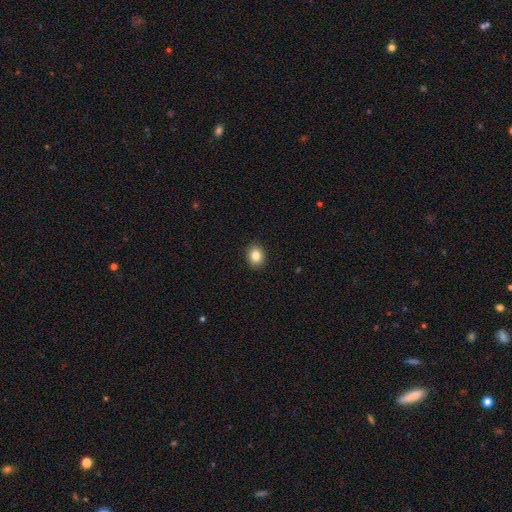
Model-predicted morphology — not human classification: Overall: smooth (84%). How rounded: round (58%; in between 41%). Merging: none (91%).